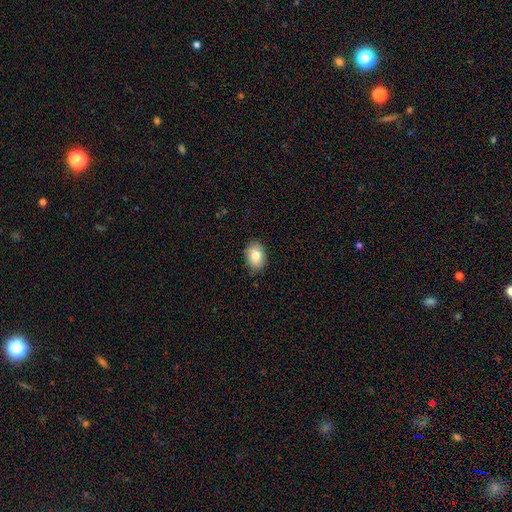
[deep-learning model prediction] smooth 82%, featured or disk 10%, star or artifact 8%. Down the decision tree: how rounded — in between (79%); merging — none (85%).